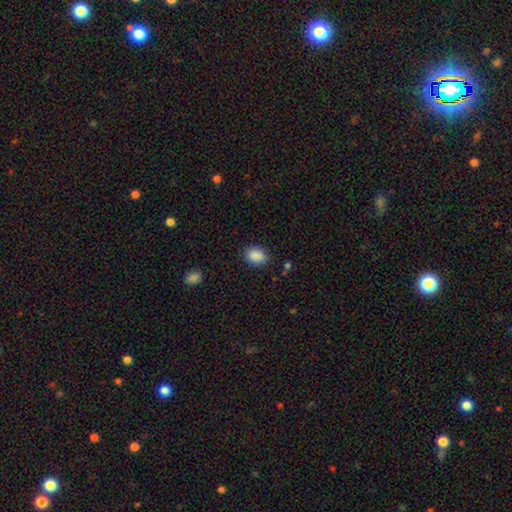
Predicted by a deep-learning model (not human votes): Smooth or featured?
  - smooth: 89% *
  - star or artifact: 8%
  - featured or disk: 3%
How rounded?
  - in between: 69% *
  - round: 30%
  - cigar-shaped: 1%
Merging?
  - none: 85% *
  - minor disturbance: 11%
  - major disturbance: 3%
  - merger: 1%